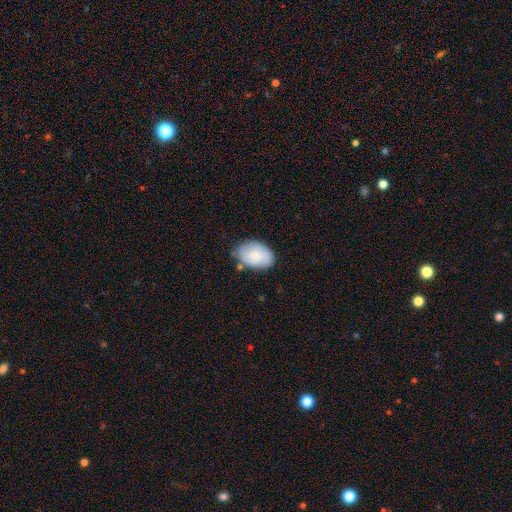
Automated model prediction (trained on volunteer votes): The model was most divided on "merging": none: 68%, minor disturbance: 23%, major disturbance: 5%, merger: 4%. More confident: how rounded — in between (88%); smooth or featured — smooth (79%).